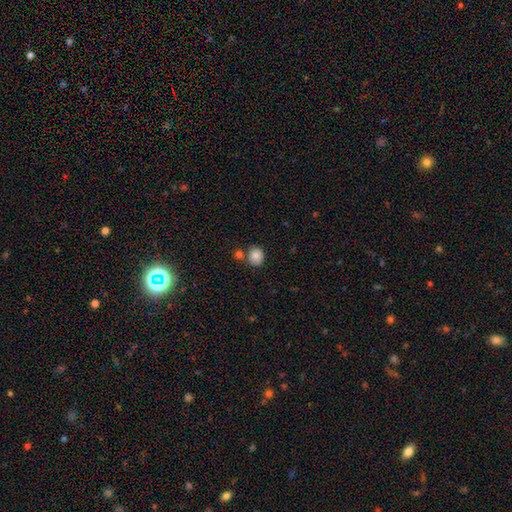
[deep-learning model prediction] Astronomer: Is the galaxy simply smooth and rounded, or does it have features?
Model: smooth — 84%.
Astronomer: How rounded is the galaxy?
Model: round — 75%.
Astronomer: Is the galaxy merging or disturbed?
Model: none — 67%.